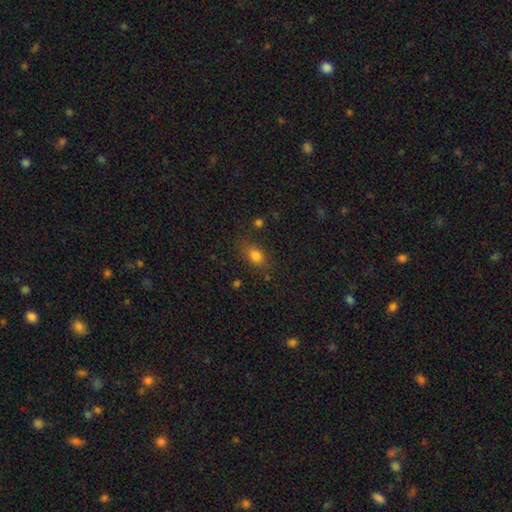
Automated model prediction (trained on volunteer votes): The model was most divided on "how rounded": in between: 65%, round: 31%, cigar-shaped: 4%. More confident: smooth or featured — smooth (79%); merging — none (74%).